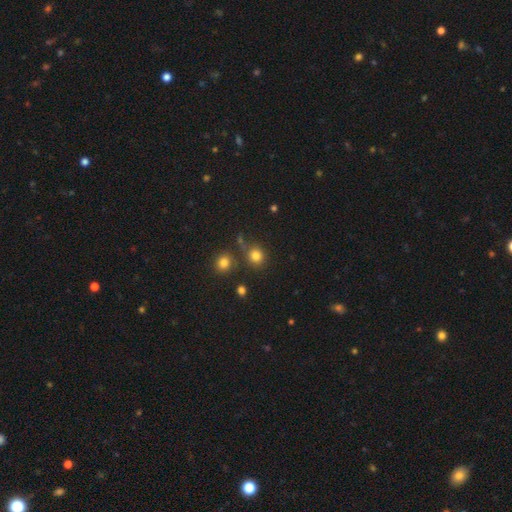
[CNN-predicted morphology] smooth 81%, star or artifact 14%, featured or disk 5%. Down the decision tree: how rounded — round (85%); merging — none (74%).